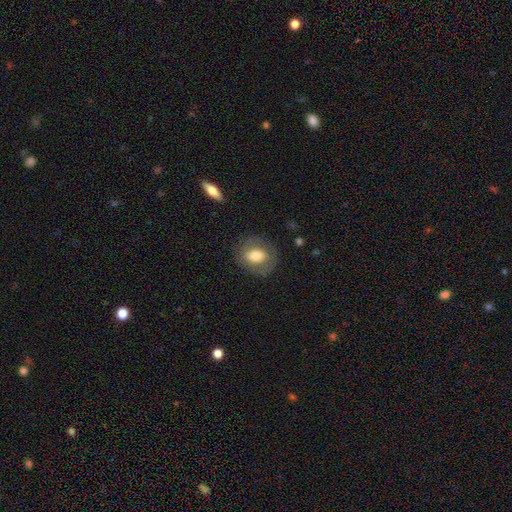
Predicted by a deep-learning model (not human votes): Morphology: type=smooth (65%); roundness=round (52%); merging=none (77%).